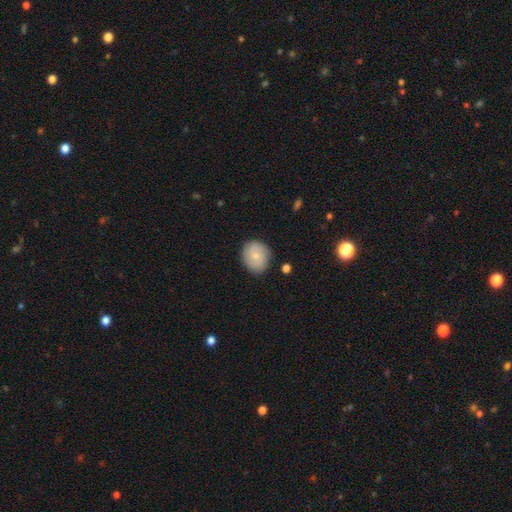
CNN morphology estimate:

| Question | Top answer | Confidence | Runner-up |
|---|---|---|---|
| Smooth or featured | smooth | 68% | featured or disk (25%) |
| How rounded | round | 70% | in between (29%) |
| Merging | none | 83% | minor disturbance (13%) |